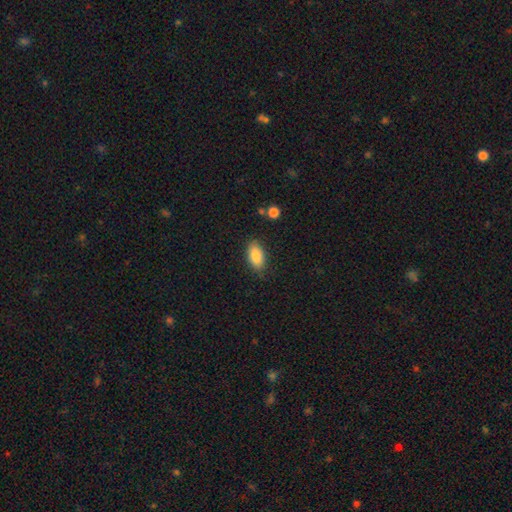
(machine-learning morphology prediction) smooth_or_featured: smooth (p=0.86) [alt: star or artifact p=0.07]
how_rounded: in between (p=0.90) [alt: cigar-shaped p=0.06]
merging: none (p=0.83) [alt: minor disturbance p=0.12]